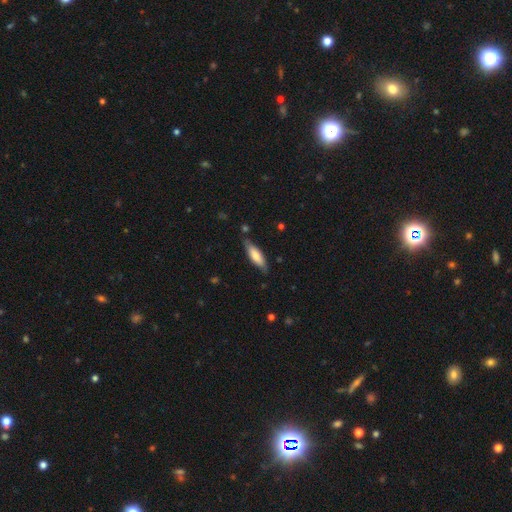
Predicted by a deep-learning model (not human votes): Morphology: type=smooth (68%); roundness=cigar-shaped (52%); merging=none (76%).